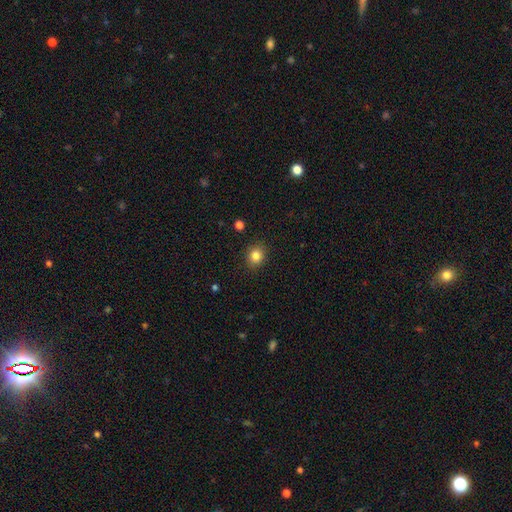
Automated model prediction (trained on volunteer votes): Smooth or featured: smooth — 84% (star or artifact — 11%)
How rounded: round — 76% (in between — 23%)
Merging: none — 89% (minor disturbance — 7%)